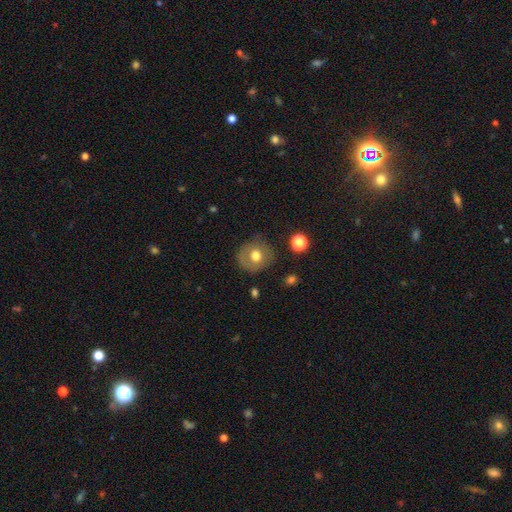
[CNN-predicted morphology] This appears to be a smooth galaxy with no disk features (63%) that is round (87%). Merging: none (72%).